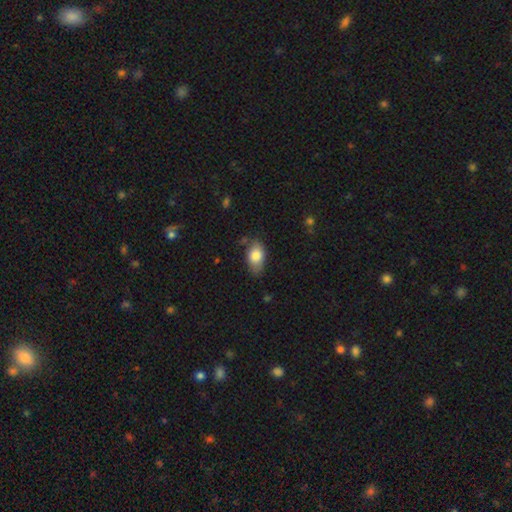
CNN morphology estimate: The model was most divided on "merging": none: 70%, minor disturbance: 23%, major disturbance: 5%, merger: 2%. More confident: how rounded — in between (90%); smooth or featured — smooth (82%).